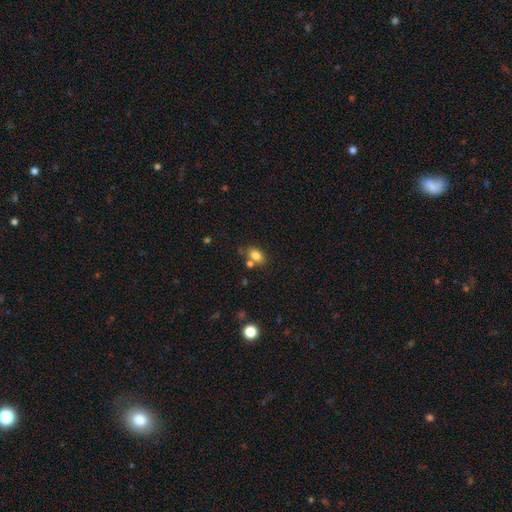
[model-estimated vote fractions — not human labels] Smooth or featured: smooth — 81% (star or artifact — 10%)
How rounded: in between — 81% (round — 17%)
Merging: none — 61% (merger — 20%)